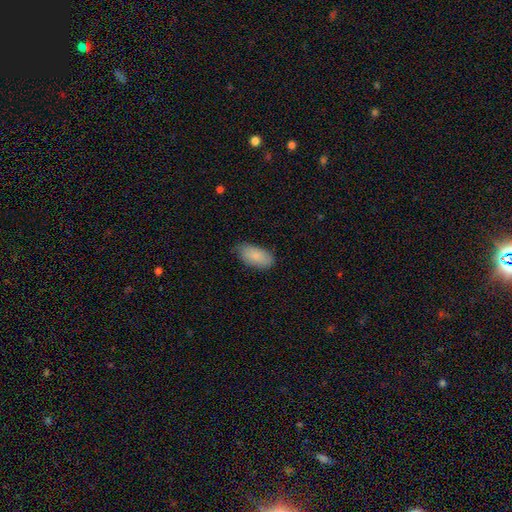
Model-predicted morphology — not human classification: smooth_or_featured: smooth (p=0.84) [alt: featured or disk p=0.10]
how_rounded: in between (p=0.94) [alt: cigar-shaped p=0.04]
merging: none (p=0.77) [alt: minor disturbance p=0.19]